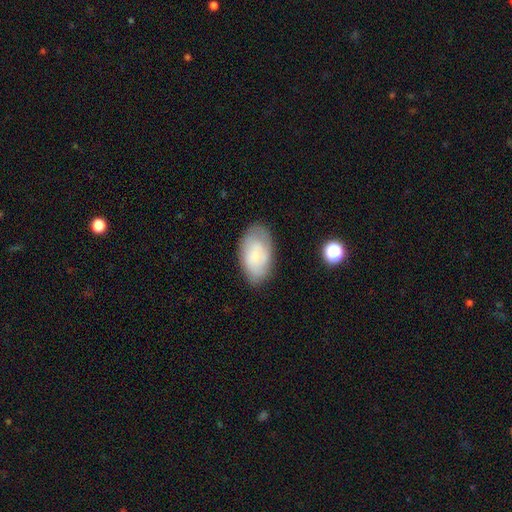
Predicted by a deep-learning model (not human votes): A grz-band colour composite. It shows a smooth galaxy with no disk features (59%) that is in between round and cigar-shaped (93%). Merging: none (76%).